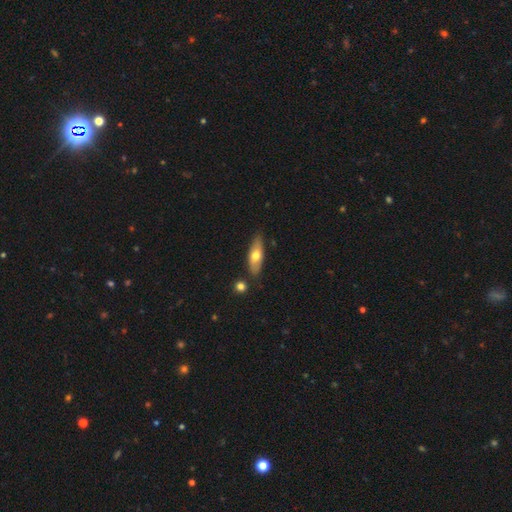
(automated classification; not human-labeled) Q: Smooth or featured?
A: smooth (61%); runner-up: featured or disk (33%)
Q: How rounded?
A: in between (61%); runner-up: cigar-shaped (36%)
Q: Merging?
A: none (79%); runner-up: minor disturbance (14%)